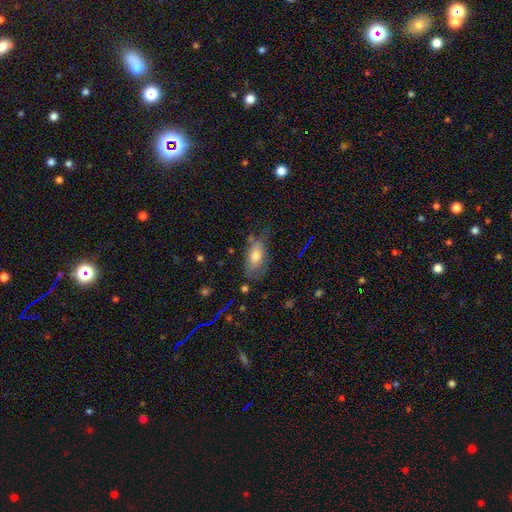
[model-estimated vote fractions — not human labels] Morphology: type=smooth (72%); roundness=in between (88%); merging=none (57%).